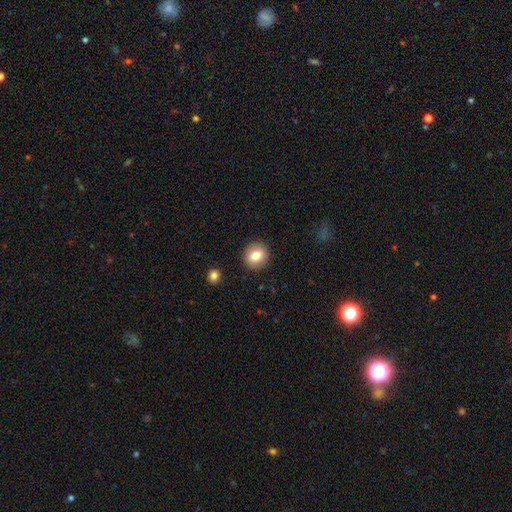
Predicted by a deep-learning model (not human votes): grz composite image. It shows a smooth galaxy with no disk features (79%) that is round (78%). Merging: none (90%).